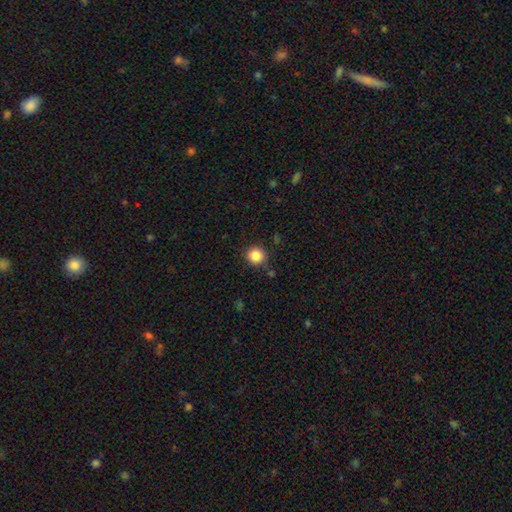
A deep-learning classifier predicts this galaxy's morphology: Smooth or featured?
  - smooth: 86% *
  - star or artifact: 10%
  - featured or disk: 4%
How rounded?
  - round: 93% *
  - in between: 6%
  - cigar-shaped: 1%
Merging?
  - none: 86% *
  - minor disturbance: 9%
  - major disturbance: 3%
  - merger: 2%